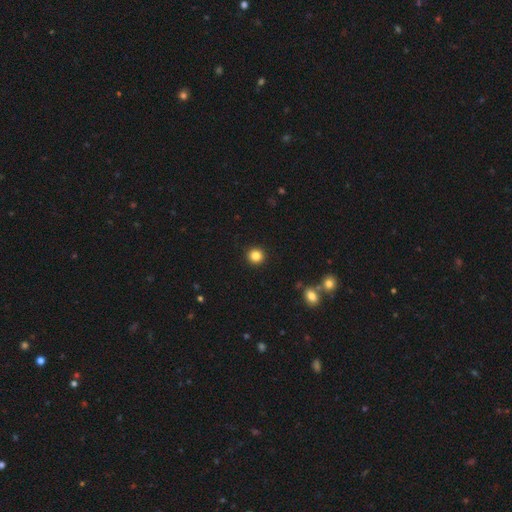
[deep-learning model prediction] smooth-or-featured: smooth: 84% | star or artifact: 11% | featured or disk: 5%
  how-rounded: round: 94% | in between: 5% | cigar-shaped: 1%
  merging: none: 93% | minor disturbance: 4% | major disturbance: 2% | merger: 1%